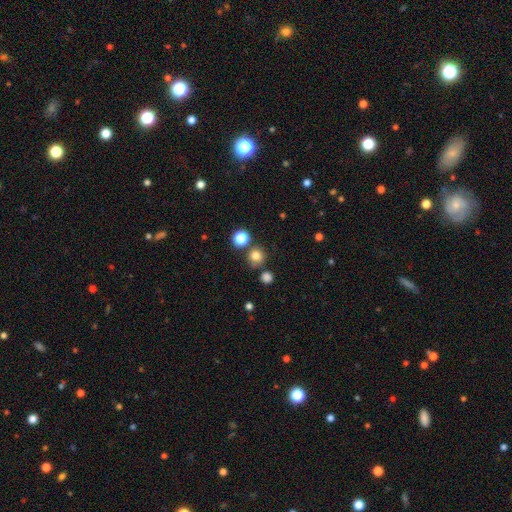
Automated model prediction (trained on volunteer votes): Smooth or featured? Predicted: smooth (p=0.78). How rounded? Predicted: round (p=0.90). Merging? Predicted: none (p=0.76).